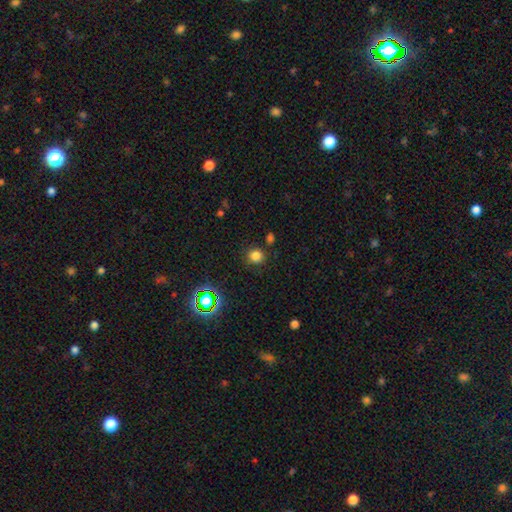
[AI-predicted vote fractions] smooth 78%, star or artifact 18%, featured or disk 5%. Down the decision tree: how rounded — round (88%); merging — none (84%).